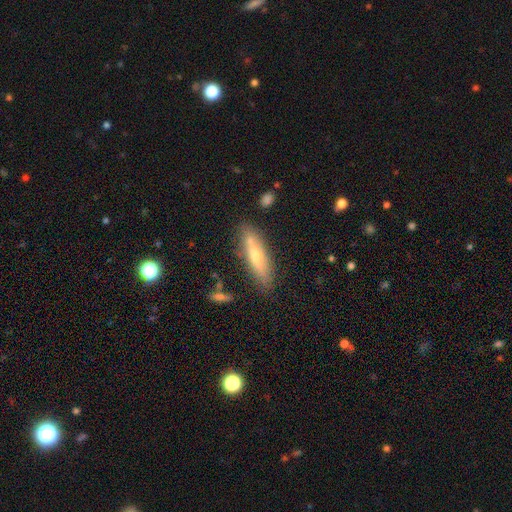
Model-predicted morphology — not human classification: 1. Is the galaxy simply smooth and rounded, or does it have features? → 47% smooth, 46% featured or disk, 7% star or artifact.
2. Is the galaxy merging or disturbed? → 79% none, 14% minor disturbance, 5% merger, 3% major disturbance.